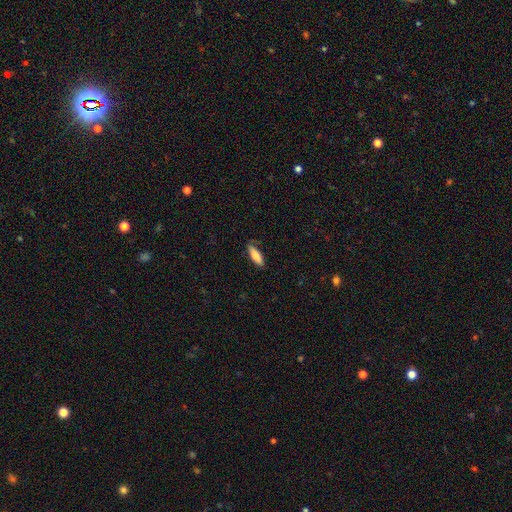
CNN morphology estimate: Smooth or featured: smooth — 77% (featured or disk — 17%)
How rounded: cigar-shaped — 50% (in between — 48%)
Merging: none — 78% (minor disturbance — 18%)